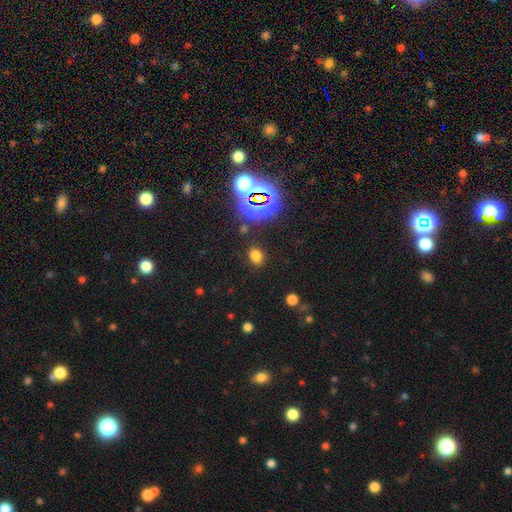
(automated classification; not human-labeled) Smooth or featured: smooth — 70% (star or artifact — 24%)
How rounded: in between — 55% (round — 43%)
Merging: none — 83% (minor disturbance — 10%)